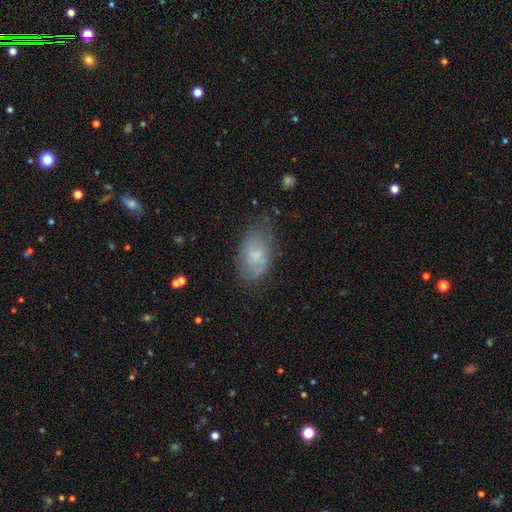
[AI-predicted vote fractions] Q: Smooth or featured?
A: smooth (66%); runner-up: featured or disk (26%)
Q: How rounded?
A: in between (92%); runner-up: round (6%)
Q: Merging?
A: none (63%); runner-up: minor disturbance (26%)